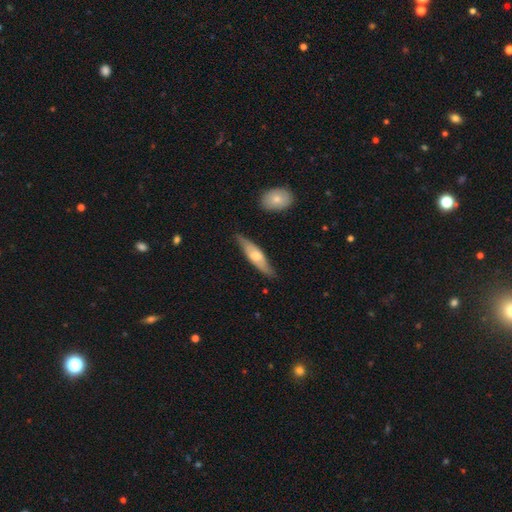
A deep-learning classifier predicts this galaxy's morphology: smooth_or_featured: featured or disk (p=0.49) [alt: smooth p=0.46]
merging: none (p=0.77) [alt: minor disturbance p=0.17]